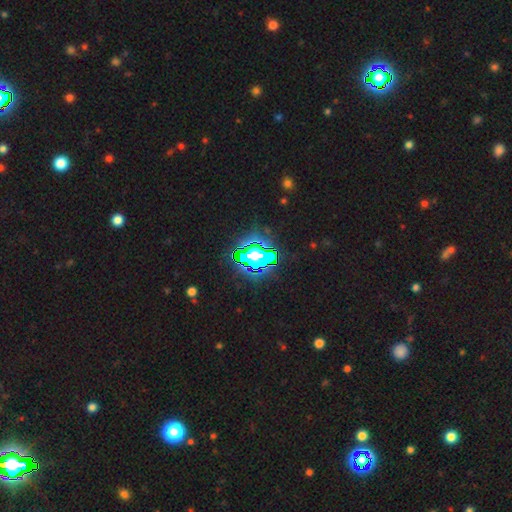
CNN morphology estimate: The model was most divided on "smooth or featured": star or artifact: 65%, smooth: 19%, featured or disk: 17%.